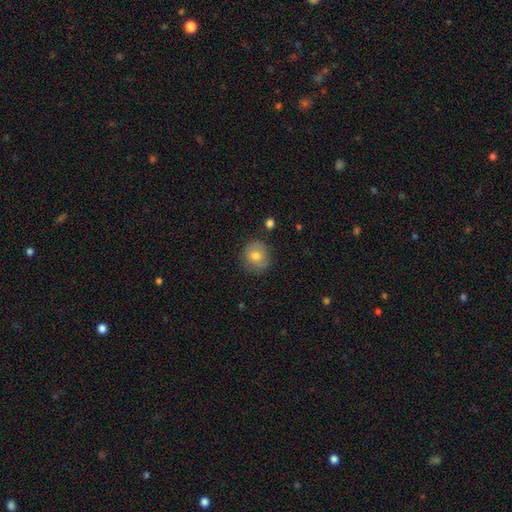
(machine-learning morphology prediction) type=smooth (73%); roundness=round (85%); merging=none (81%).